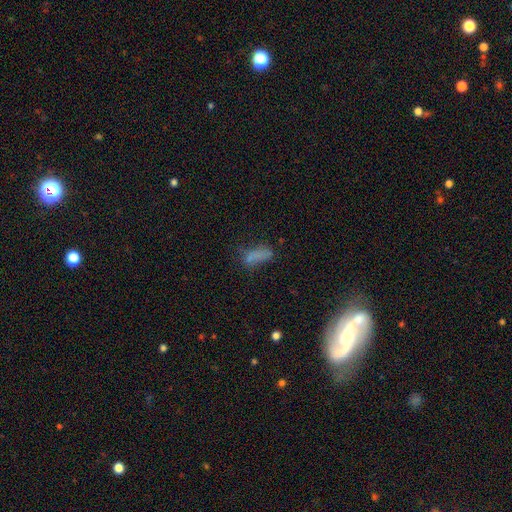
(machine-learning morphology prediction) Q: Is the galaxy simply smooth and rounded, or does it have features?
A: smooth — 68%.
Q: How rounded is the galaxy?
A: in between — 72%.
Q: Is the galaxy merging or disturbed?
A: none — 43%.